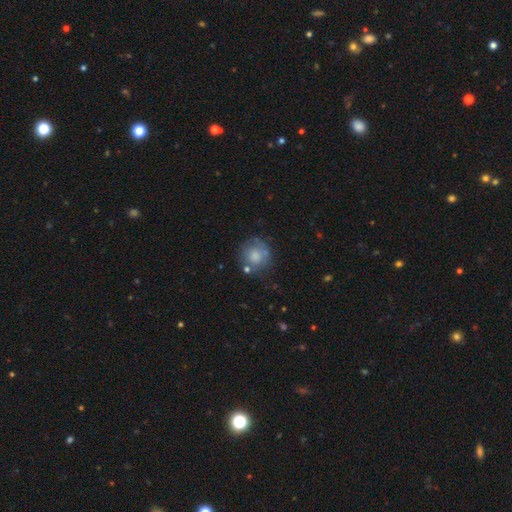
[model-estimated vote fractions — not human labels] Morphology: type=smooth (71%); roundness=round (89%); merging=none (64%).